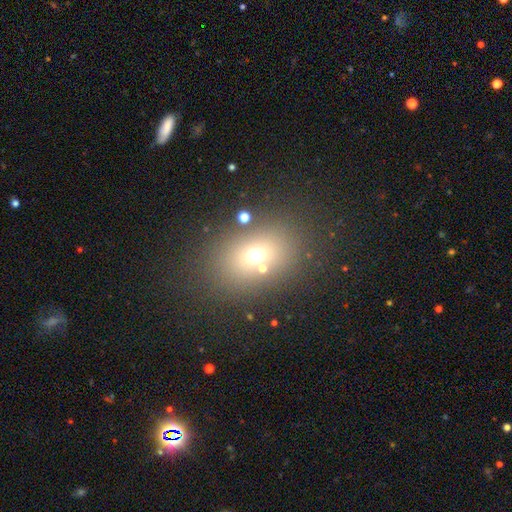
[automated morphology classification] Overall: smooth (65%). How rounded: in between (54%; round 45%). Merging: none (75%).